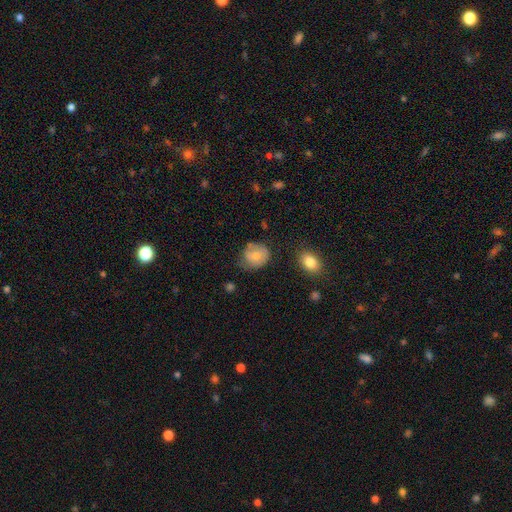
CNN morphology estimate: This is likely a smooth galaxy (70%). How rounded: likely round (67%). Merging: possibly none (53%).